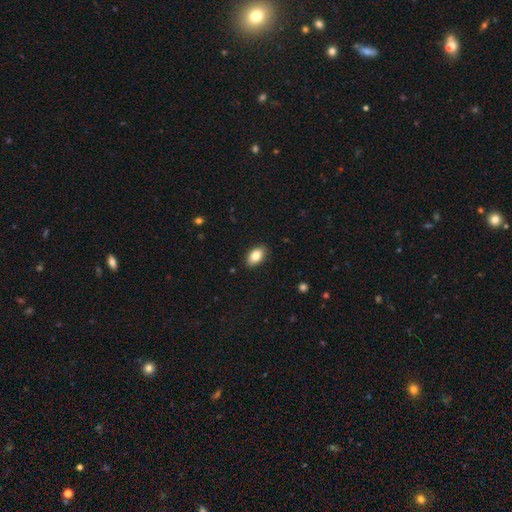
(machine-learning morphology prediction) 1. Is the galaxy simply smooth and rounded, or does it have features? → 85% smooth, 8% featured or disk, 7% star or artifact.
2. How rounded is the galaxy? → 92% in between, 7% round, 2% cigar-shaped.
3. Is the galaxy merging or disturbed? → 88% none, 9% minor disturbance, 2% major disturbance, 1% merger.